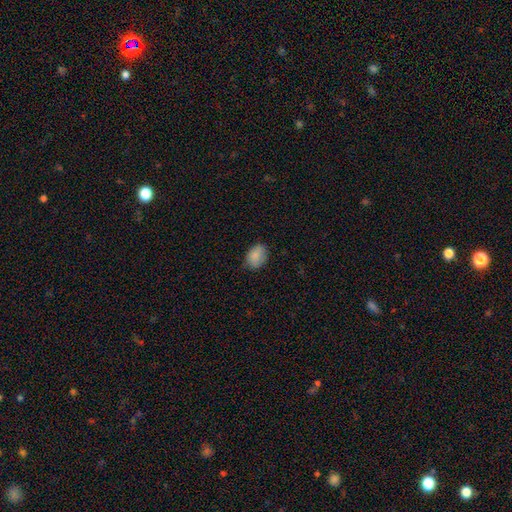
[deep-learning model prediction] Smooth or featured? smooth (86%)
How rounded? in between (74%)
Merging? none (71%)